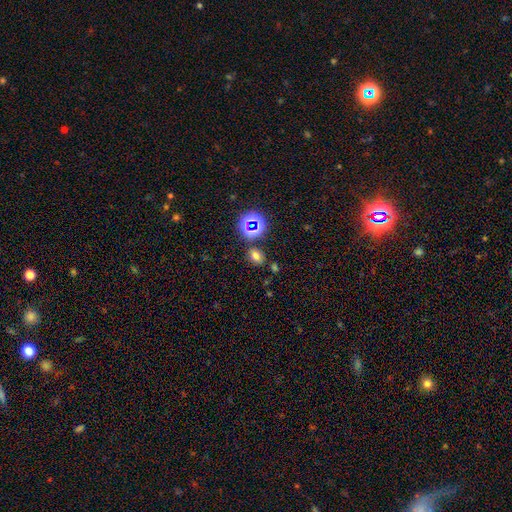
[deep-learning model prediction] smooth 64%, star or artifact 28%, featured or disk 8%. Down the decision tree: how rounded — in between (62%); merging — none (77%).